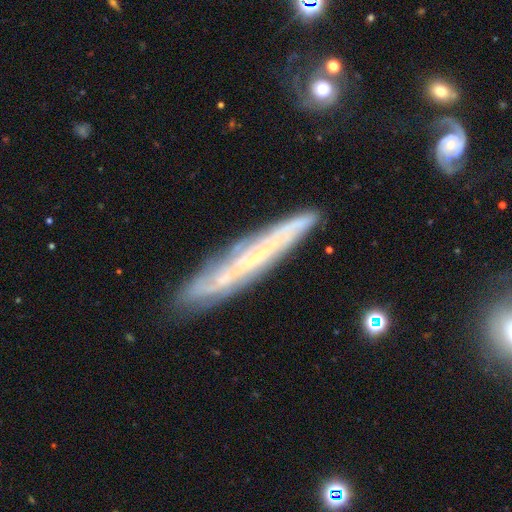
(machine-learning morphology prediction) Smooth or featured: featured or disk — 64% (smooth — 27%)
Edge-on disk: yes — 76% (no — 24%)
Merging: none — 78% (minor disturbance — 16%)